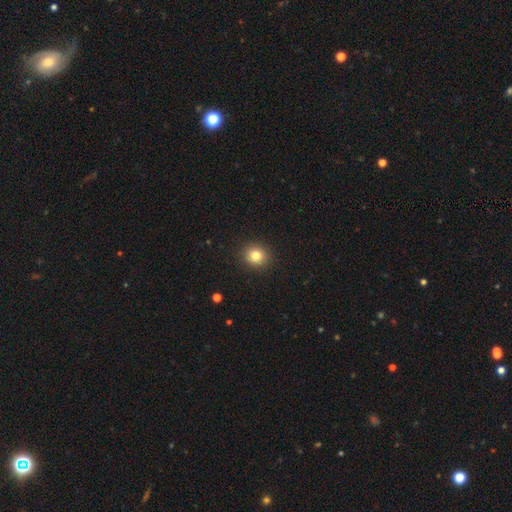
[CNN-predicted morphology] Overall: smooth (81%). How rounded: round (86%). Merging: none (92%).